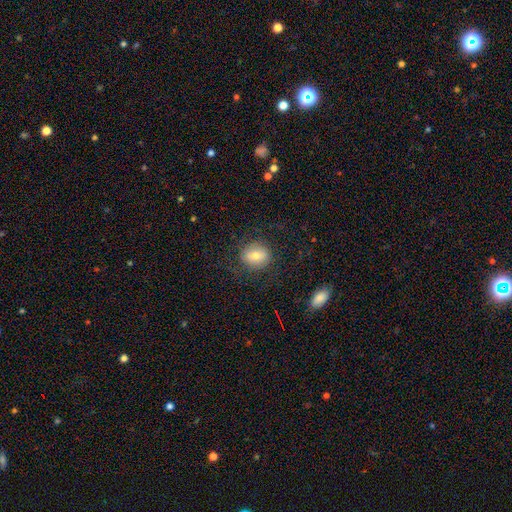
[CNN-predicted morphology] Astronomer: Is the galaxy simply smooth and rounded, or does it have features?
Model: smooth — 65%.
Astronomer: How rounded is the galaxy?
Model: round — 65%.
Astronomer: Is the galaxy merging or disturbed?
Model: none — 75%.